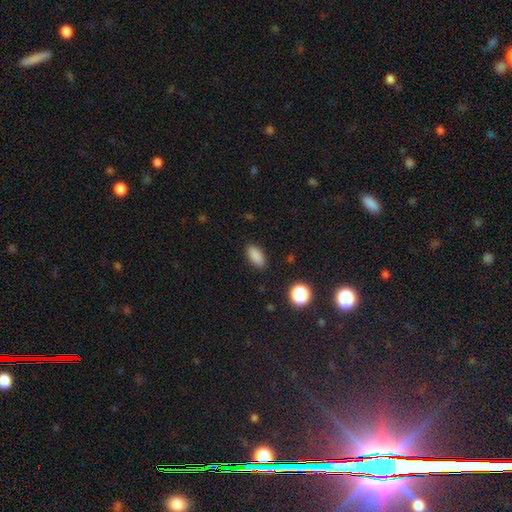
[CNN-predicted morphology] Smooth or featured? smooth (86%)
How rounded? in between (88%)
Merging? none (88%)